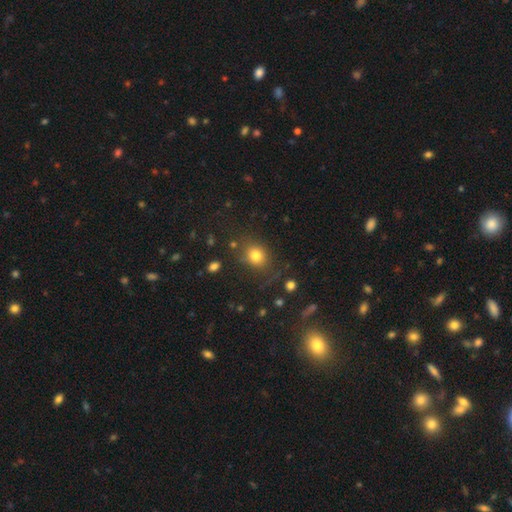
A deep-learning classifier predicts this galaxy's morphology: smooth 79%, star or artifact 13%, featured or disk 8%. Down the decision tree: how rounded — round (65%); merging — none (75%).